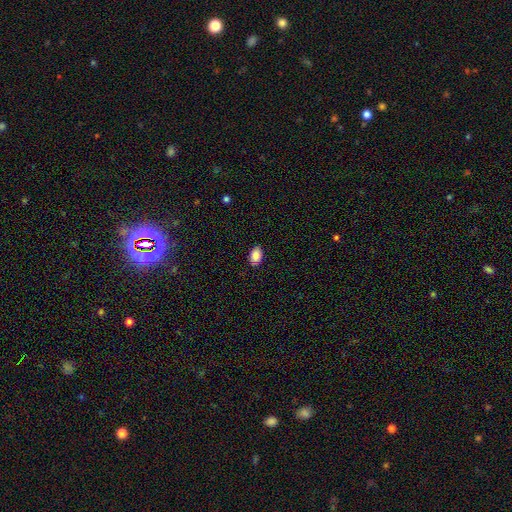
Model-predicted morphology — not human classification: Overall: smooth (85%). How rounded: in between (85%). Merging: none (85%).